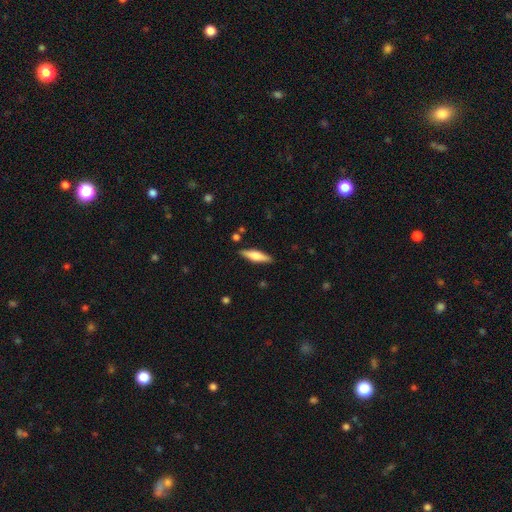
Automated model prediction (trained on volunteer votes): Smooth or featured: smooth — 54% (featured or disk — 40%)
How rounded: cigar-shaped — 69% (in between — 29%)
Merging: none — 88% (minor disturbance — 9%)